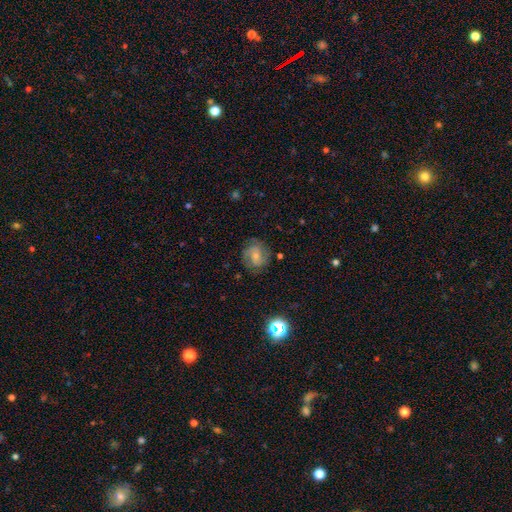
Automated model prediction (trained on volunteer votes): Smooth or featured?
  - featured or disk: 61% *
  - smooth: 30%
  - star or artifact: 9%
Edge-on disk?
  - no: 97% *
  - yes: 3%
Bar?
  - no: 54% *
  - weak: 38%
  - strong: 9%
Spiral arms?
  - yes: 89% *
  - no: 11%
Spiral winding?
  - medium: 44% *
  - tight: 40%
  - loose: 15%
Spiral arm count?
  - 2: 53% *
  - can't tell: 21%
  - 3: 15%
  - 1: 4%
  - 4: 3%
  - more than 4: 3%
Bulge size?
  - small: 56% *
  - moderate: 34%
  - none: 6%
  - large: 3%
  - dominant: 1%
Merging?
  - none: 73% *
  - minor disturbance: 17%
  - major disturbance: 8%
  - merger: 2%